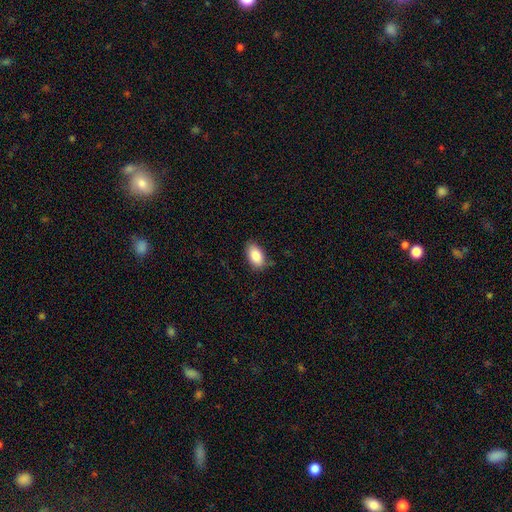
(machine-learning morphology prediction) This appears to be a smooth galaxy with no disk features (87%) that is in between round and cigar-shaped (92%). Merging: none (78%).